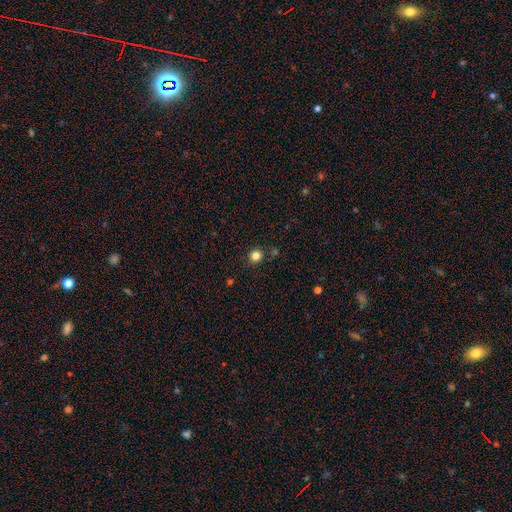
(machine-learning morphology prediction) type=smooth (81%); roundness=round (89%); merging=none (87%).